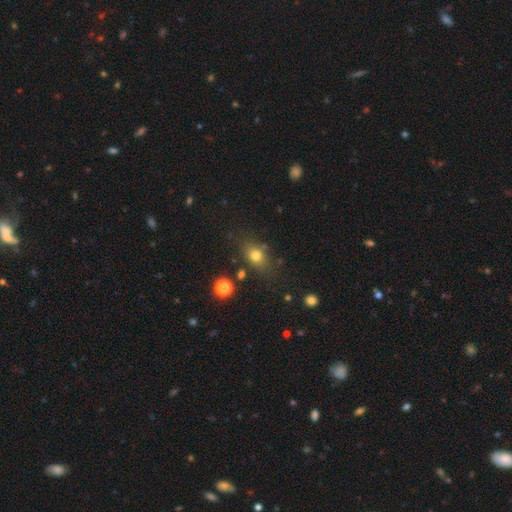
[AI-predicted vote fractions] Smooth or featured? smooth (74%)
How rounded? in between (65%)
Merging? none (73%)